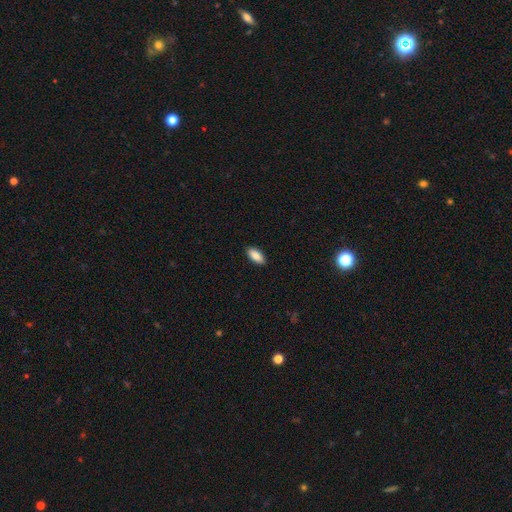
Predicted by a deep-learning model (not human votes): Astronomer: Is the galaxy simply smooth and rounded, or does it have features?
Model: smooth — 89%.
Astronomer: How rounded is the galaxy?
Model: in between — 91%.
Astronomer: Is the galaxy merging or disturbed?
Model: none — 90%.